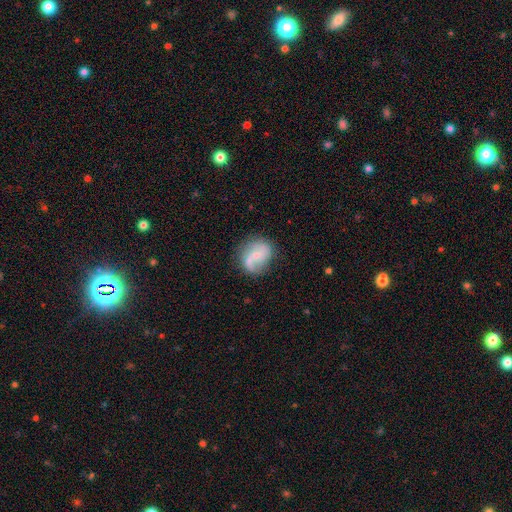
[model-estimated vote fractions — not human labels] Smooth or featured: featured or disk — 68% (smooth — 25%)
Edge-on disk: no — 98% (yes — 2%)
Bar: no — 56% (weak — 35%)
Spiral arms: yes — 90% (no — 10%)
Spiral winding: loose — 51% (medium — 36%)
Spiral arm count: 2 — 75% (1 — 14%)
Bulge size: small — 64% (moderate — 27%)
Merging: none — 65% (minor disturbance — 21%)